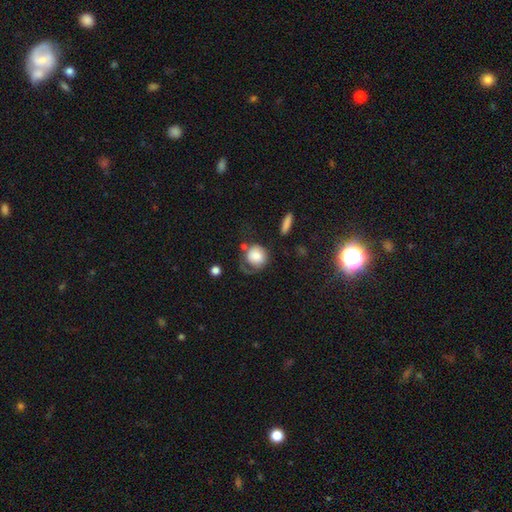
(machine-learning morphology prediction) The model was most divided on "merging": none: 35%, major disturbance: 34%, minor disturbance: 24%, merger: 7%. More confident: how rounded — round (82%); smooth or featured — smooth (74%).